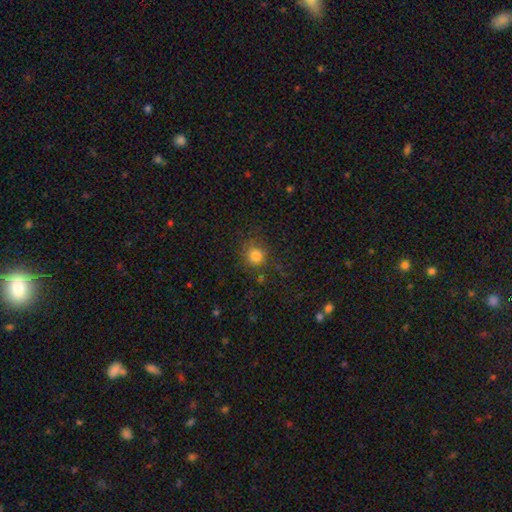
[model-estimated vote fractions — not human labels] This appears to be a smooth galaxy with no disk features (80%) that is round (87%). Merging: none (77%).